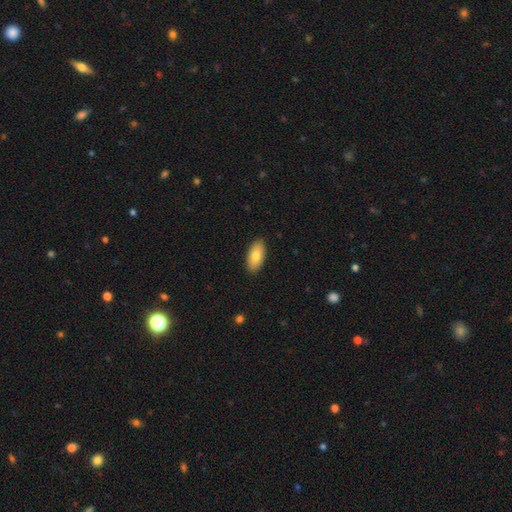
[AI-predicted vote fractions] Q: Smooth or featured?
A: smooth (80%); runner-up: featured or disk (14%)
Q: How rounded?
A: in between (92%); runner-up: cigar-shaped (5%)
Q: Merging?
A: none (90%); runner-up: minor disturbance (8%)